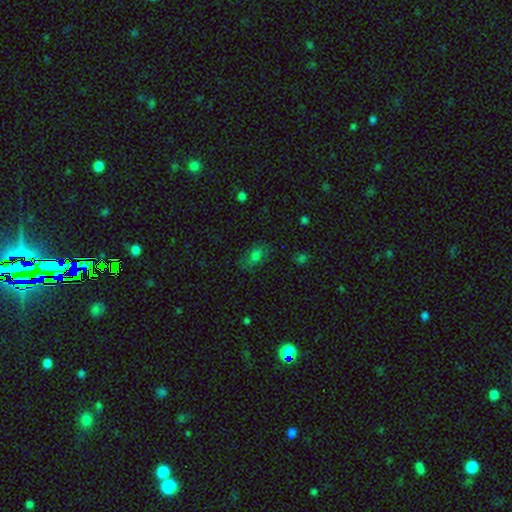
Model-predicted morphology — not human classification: type=smooth (71%); roundness=in between (83%); merging=none (70%).